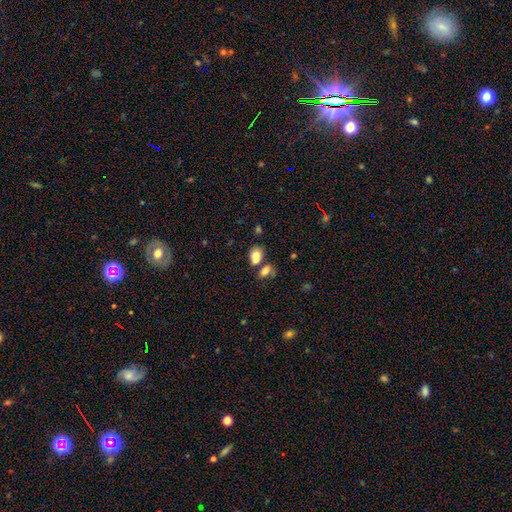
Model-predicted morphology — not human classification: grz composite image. It shows a smooth galaxy with no disk features (79%) that is in between round and cigar-shaped (72%). Merging: merger (42%).